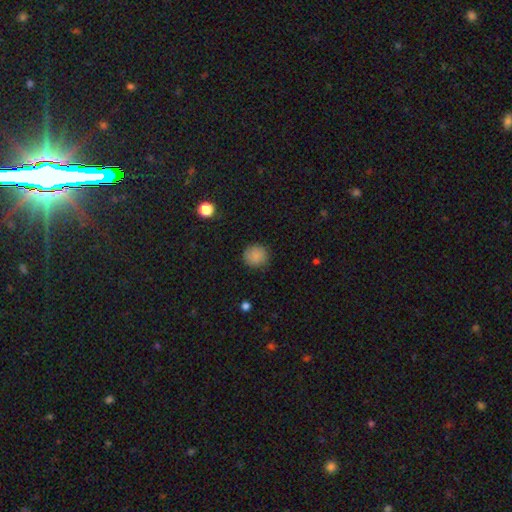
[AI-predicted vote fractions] This is clearly a smooth galaxy (86%). How rounded: clearly round (91%). Merging: clearly none (86%).